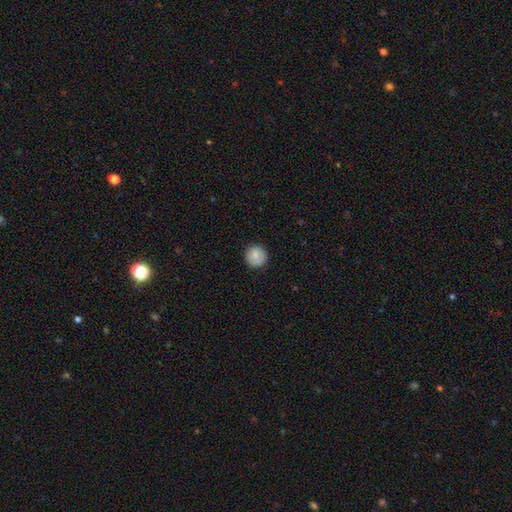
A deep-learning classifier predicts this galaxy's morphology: Smooth or featured? smooth (85%)
How rounded? round (95%)
Merging? none (90%)